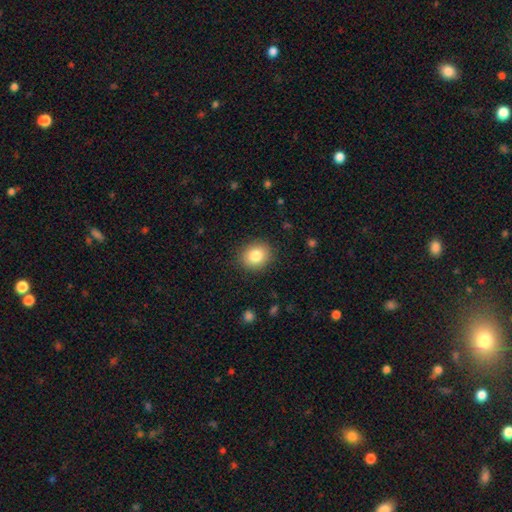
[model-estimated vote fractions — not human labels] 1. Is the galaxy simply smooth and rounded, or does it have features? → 83% smooth, 9% star or artifact, 8% featured or disk.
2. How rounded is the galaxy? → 68% round, 31% in between, 1% cigar-shaped.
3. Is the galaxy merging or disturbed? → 88% none, 8% minor disturbance, 3% major disturbance, 1% merger.